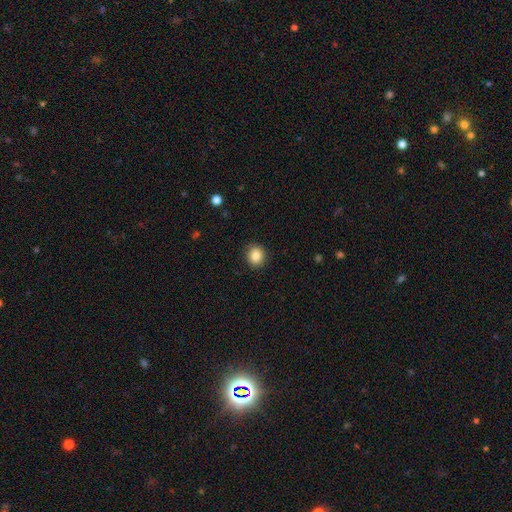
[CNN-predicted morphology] The model was most divided on "how rounded": round: 81%, in between: 18%, cigar-shaped: 1%. More confident: merging — none (90%); smooth or featured — smooth (86%).